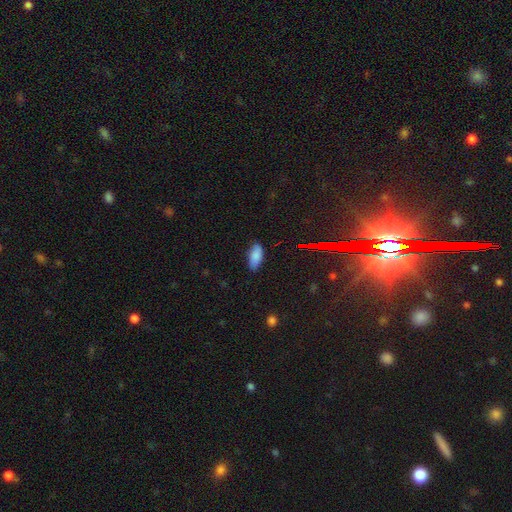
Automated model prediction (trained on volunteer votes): Overall: smooth (83%). How rounded: in between (86%). Merging: none (79%).